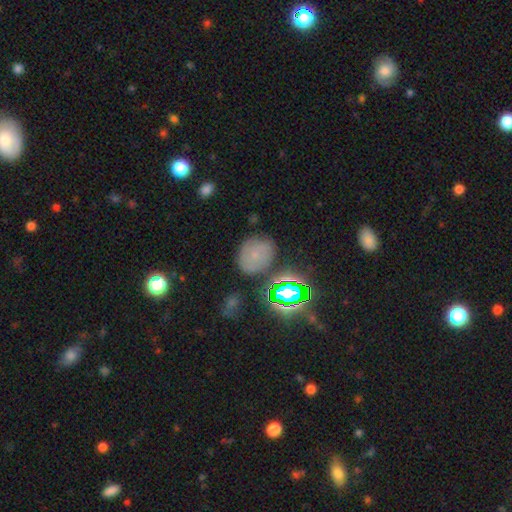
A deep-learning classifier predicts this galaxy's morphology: A smooth galaxy with no disk features (43%). Merging: none (73%).